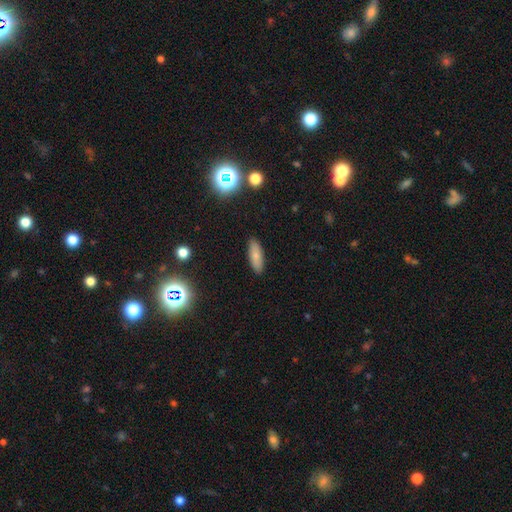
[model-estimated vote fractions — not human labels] Smooth or featured? Predicted: smooth (p=0.78). How rounded? Predicted: in between (p=0.63). Merging? Predicted: none (p=0.89).